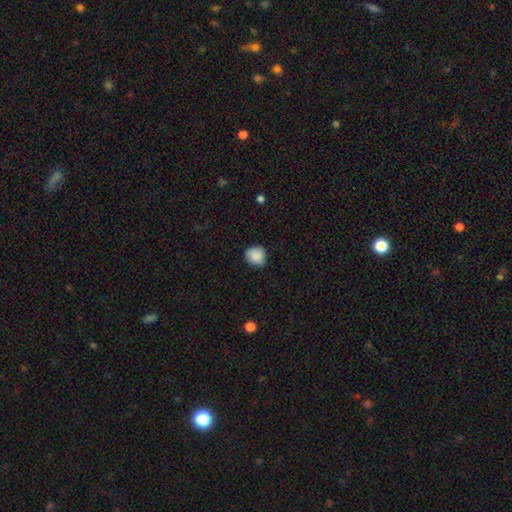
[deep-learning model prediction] smooth_or_featured: smooth (p=0.87) [alt: star or artifact p=0.08]
how_rounded: round (p=0.81) [alt: in between p=0.18]
merging: none (p=0.73) [alt: minor disturbance p=0.22]